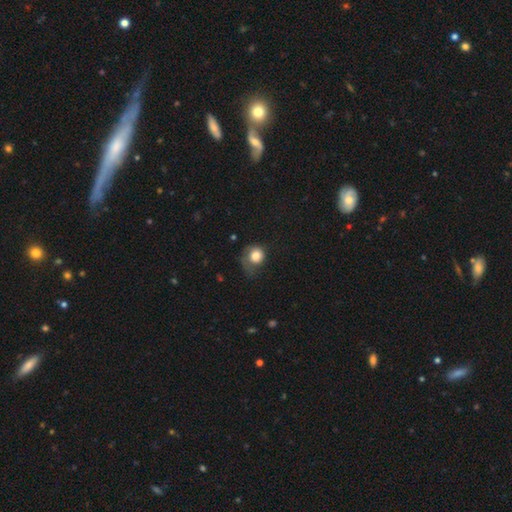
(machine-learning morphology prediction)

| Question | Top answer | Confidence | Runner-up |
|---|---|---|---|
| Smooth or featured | smooth | 77% | featured or disk (14%) |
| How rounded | round | 78% | in between (21%) |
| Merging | none | 35% | major disturbance (33%) |